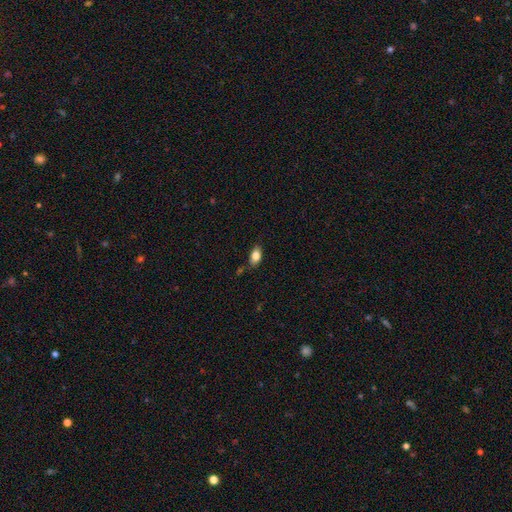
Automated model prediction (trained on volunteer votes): smooth 83%, featured or disk 9%, star or artifact 9%. Down the decision tree: how rounded — in between (88%); merging — none (77%).